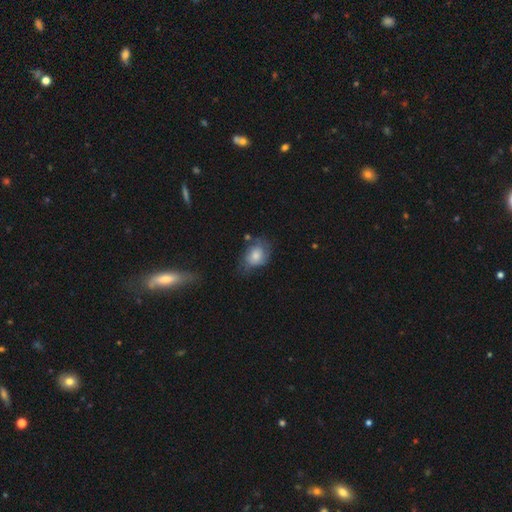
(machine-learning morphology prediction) This is likely a smooth galaxy (63%). How rounded: likely in between (64%). Merging: possibly none (46%).